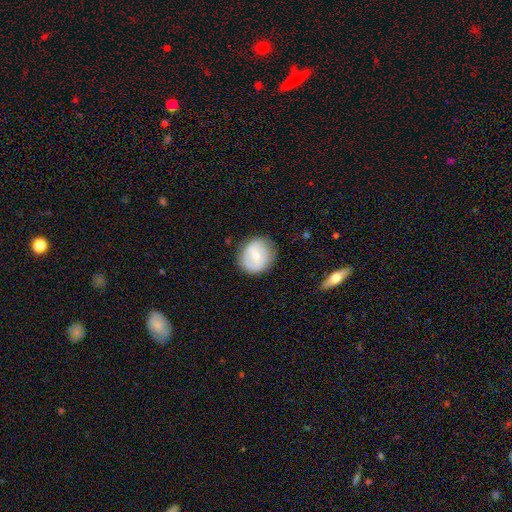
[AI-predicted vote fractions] The model was most divided on "smooth or featured": smooth: 60%, featured or disk: 33%, star or artifact: 7%. More confident: how rounded — round (78%); merging — none (77%).